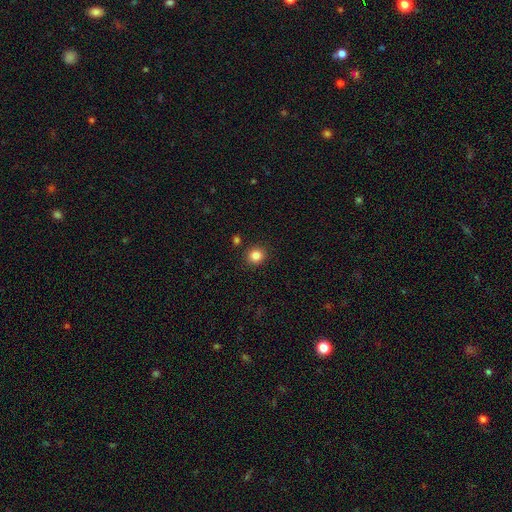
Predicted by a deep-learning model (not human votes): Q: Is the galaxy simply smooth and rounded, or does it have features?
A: smooth — 84%.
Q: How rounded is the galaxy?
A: round — 87%.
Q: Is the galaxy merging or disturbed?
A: none — 90%.